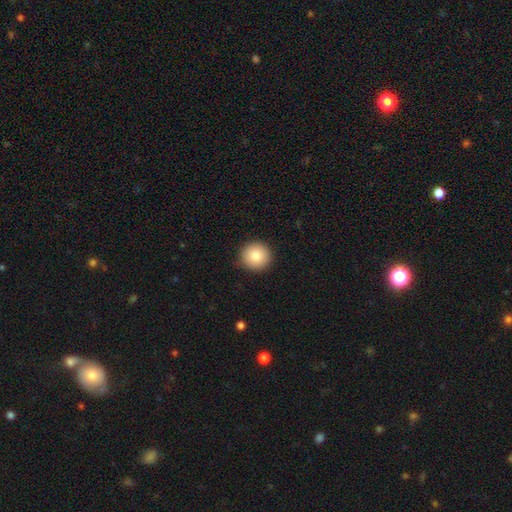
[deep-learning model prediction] This appears to be a smooth galaxy with no disk features (86%) that is round (93%). Merging: none (90%).